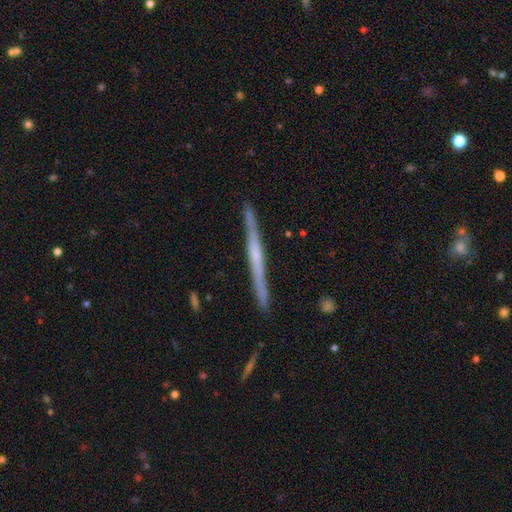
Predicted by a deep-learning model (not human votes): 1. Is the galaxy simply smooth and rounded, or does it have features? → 70% featured or disk, 25% smooth, 6% star or artifact.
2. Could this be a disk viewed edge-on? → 98% yes, 2% no.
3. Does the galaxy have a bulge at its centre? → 52% none, 34% rounded, 15% boxy.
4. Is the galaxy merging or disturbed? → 91% none, 7% minor disturbance, 1% major disturbance, 1% merger.